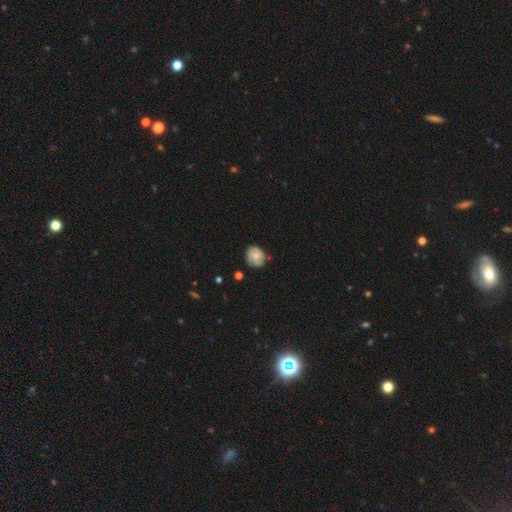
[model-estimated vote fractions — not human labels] A smooth galaxy with no disk features (50%). Merging: none (66%).